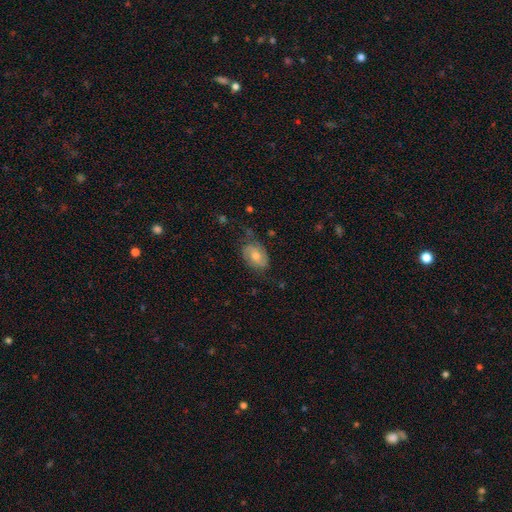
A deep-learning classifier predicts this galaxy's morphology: Smooth or featured? smooth (47%)
Merging? none (61%)